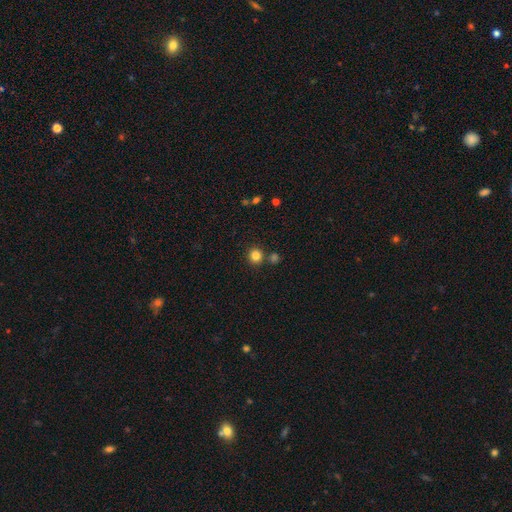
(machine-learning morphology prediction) type=smooth (83%); roundness=round (90%); merging=none (81%).